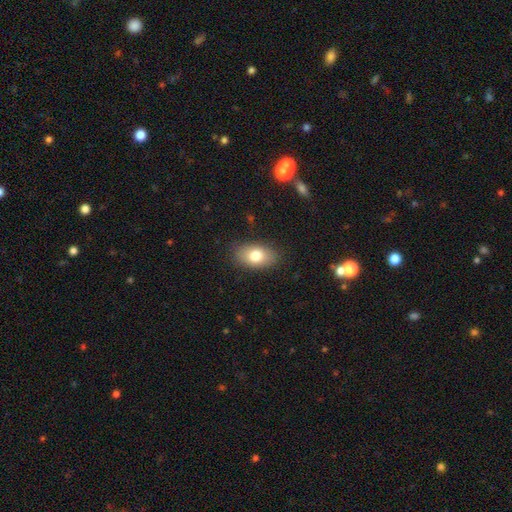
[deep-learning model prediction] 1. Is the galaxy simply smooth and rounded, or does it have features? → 78% smooth, 14% featured or disk, 8% star or artifact.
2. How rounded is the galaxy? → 89% in between, 9% round, 2% cigar-shaped.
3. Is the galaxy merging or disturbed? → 85% none, 11% minor disturbance, 3% major disturbance, 1% merger.